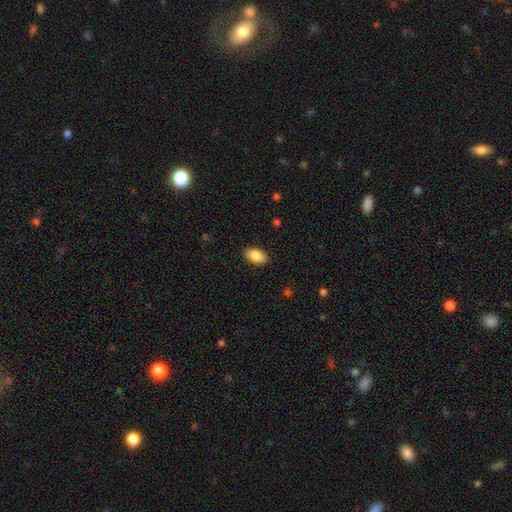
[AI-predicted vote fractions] Overall: smooth (86%). How rounded: in between (93%). Merging: none (87%).